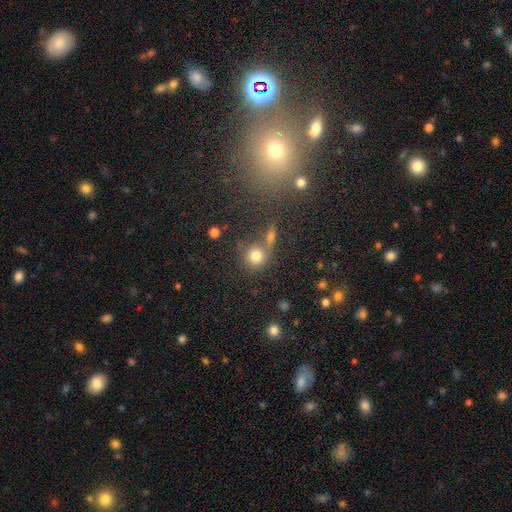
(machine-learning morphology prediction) Smooth or featured?
  - smooth: 77% *
  - star or artifact: 14%
  - featured or disk: 8%
How rounded?
  - round: 87% *
  - in between: 12%
  - cigar-shaped: 2%
Merging?
  - none: 59% *
  - merger: 24%
  - minor disturbance: 11%
  - major disturbance: 6%